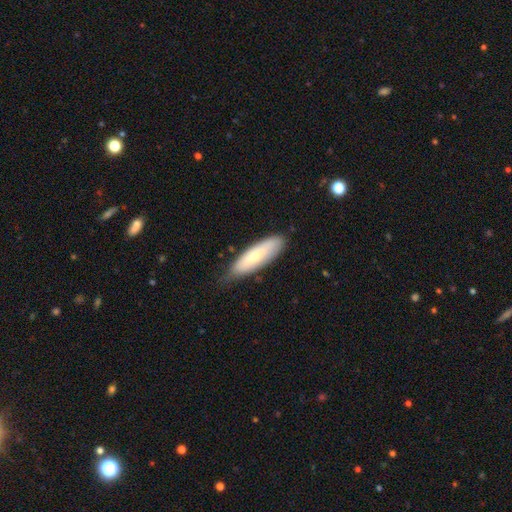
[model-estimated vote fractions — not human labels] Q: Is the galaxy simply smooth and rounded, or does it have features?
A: smooth — 67%.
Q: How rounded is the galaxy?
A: cigar-shaped — 50%.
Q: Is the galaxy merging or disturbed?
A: none — 71%.